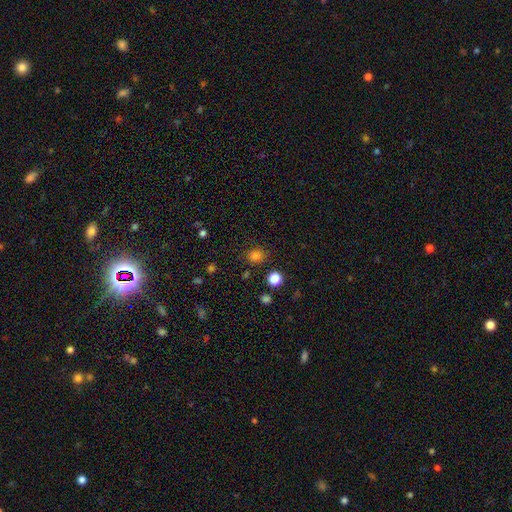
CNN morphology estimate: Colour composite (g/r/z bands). It shows a smooth galaxy with no disk features (80%) that is round (72%). Merging: none (83%).